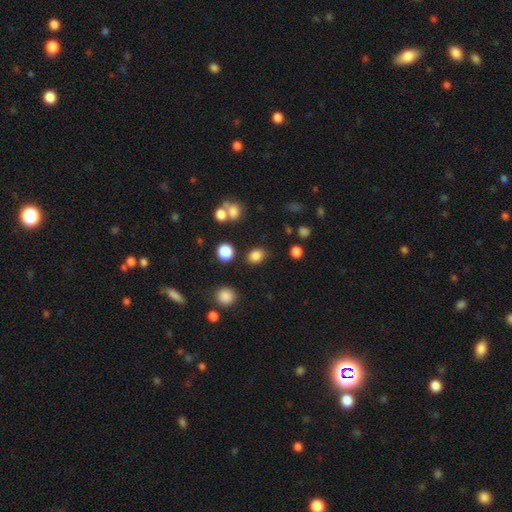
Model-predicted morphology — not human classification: This is clearly a smooth galaxy (83%). How rounded: possibly in between (55%). Merging: likely none (80%).